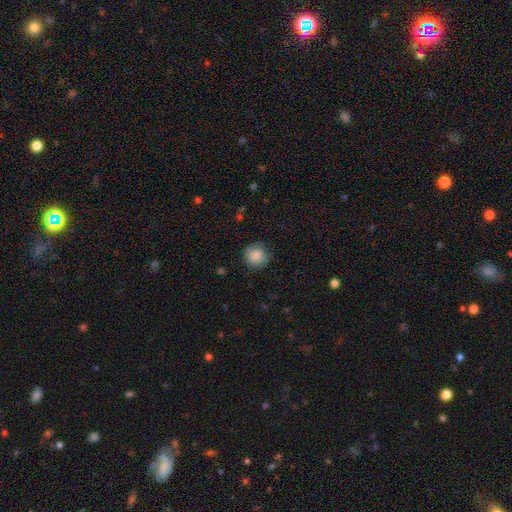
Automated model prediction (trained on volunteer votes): A smooth galaxy with no disk features (83%) that is round (90%). Merging: none (80%).